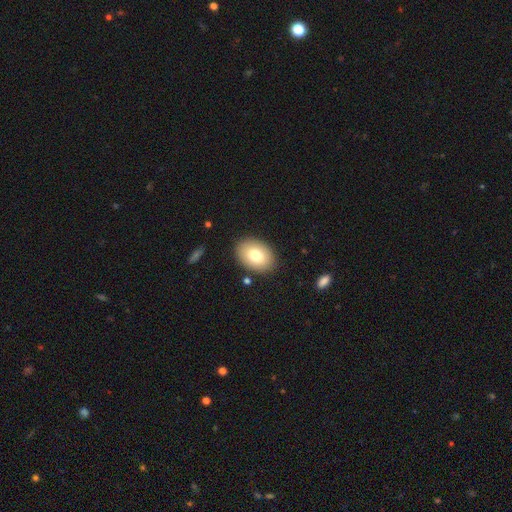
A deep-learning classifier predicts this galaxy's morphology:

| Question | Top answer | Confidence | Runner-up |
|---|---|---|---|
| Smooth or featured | smooth | 78% | featured or disk (15%) |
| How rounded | in between | 82% | round (18%) |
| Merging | none | 87% | minor disturbance (9%) |